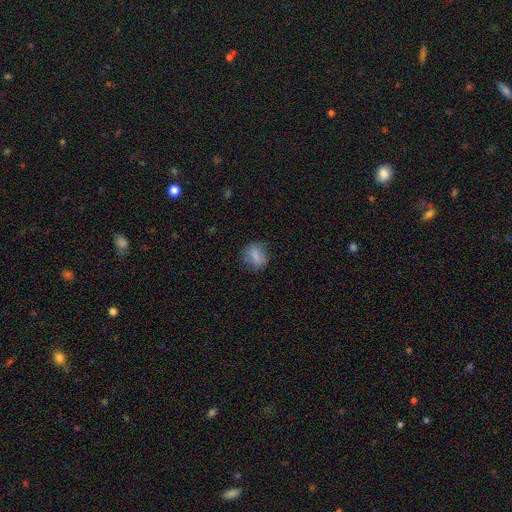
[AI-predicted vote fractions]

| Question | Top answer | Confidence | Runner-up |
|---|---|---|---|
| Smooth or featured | smooth | 76% | featured or disk (16%) |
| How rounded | round | 50% | in between (47%) |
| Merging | none | 73% | minor disturbance (19%) |